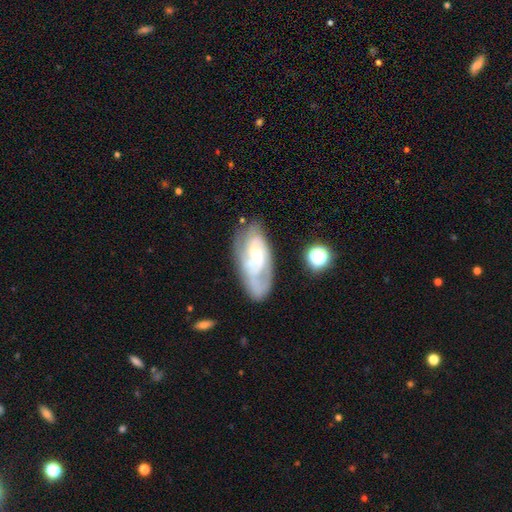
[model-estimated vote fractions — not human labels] This appears to be a featured or disk galaxy (74%) with no bar (64%), 2 (38%) tight (50%) spiral arms (86%) and a small central bulge (59%). Merging: none (61%).